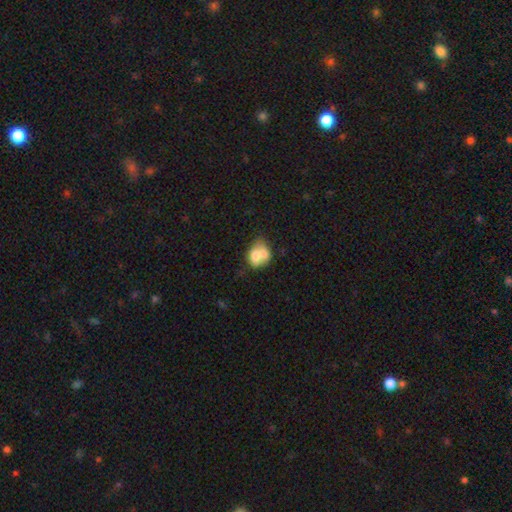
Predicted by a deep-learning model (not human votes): Smooth or featured?
  - smooth: 66% *
  - featured or disk: 25%
  - star or artifact: 8%
How rounded?
  - in between: 59% *
  - round: 40%
  - cigar-shaped: 1%
Merging?
  - merger: 61% *
  - none: 21%
  - minor disturbance: 11%
  - major disturbance: 7%